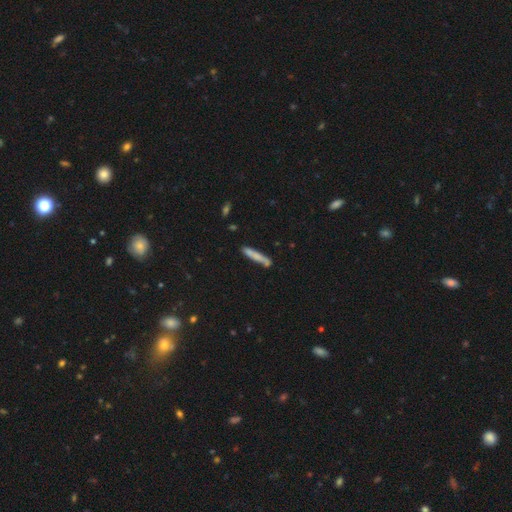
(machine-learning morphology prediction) smooth_or_featured: smooth (p=0.73) [alt: featured or disk p=0.21]
how_rounded: cigar-shaped (p=0.93) [alt: in between p=0.05]
merging: none (p=0.74) [alt: minor disturbance p=0.17]